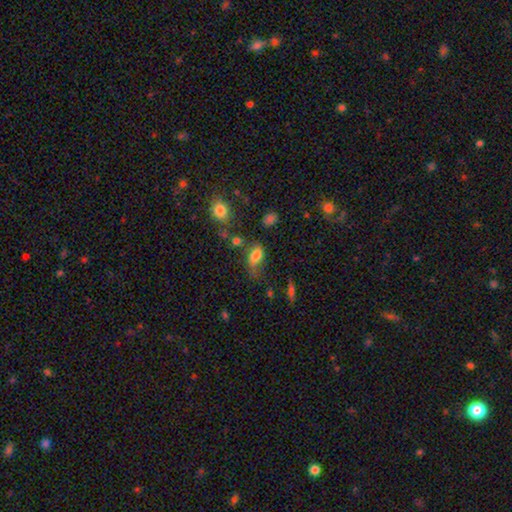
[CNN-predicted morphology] This appears to be a smooth galaxy with no disk features (76%) that is in between round and cigar-shaped (86%). Merging: none (39%).